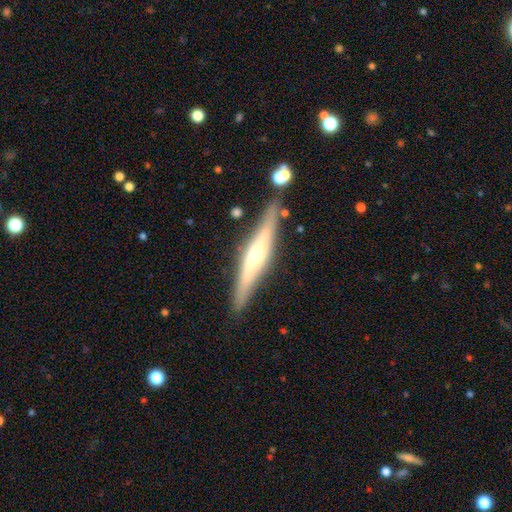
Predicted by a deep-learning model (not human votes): Smooth or featured: featured or disk — 68% (smooth — 26%)
Edge-on disk: yes — 94% (no — 6%)
Edge-on bulge: rounded — 82% (none — 10%)
Merging: none — 84% (minor disturbance — 10%)